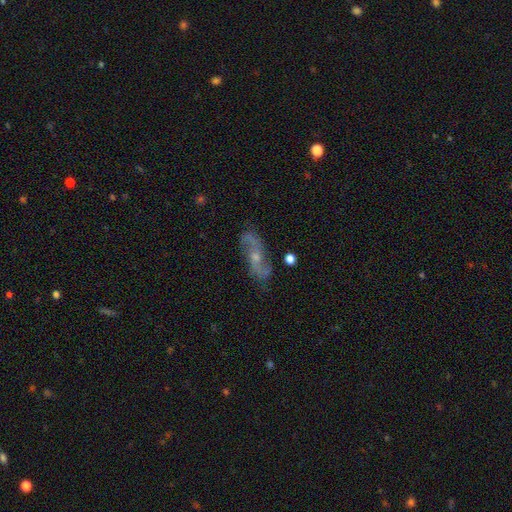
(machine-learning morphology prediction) This is clearly a featured or disk galaxy (81%). It is clearly not viewed edge-on (91%). Bar: possibly no (60%). Spiral arm pattern: clearly yes (93%). Spiral arm count: clearly 2 (89%). Spiral winding: possibly loose (46%). Central bulge: possibly small (48%). Merging: likely none (79%).